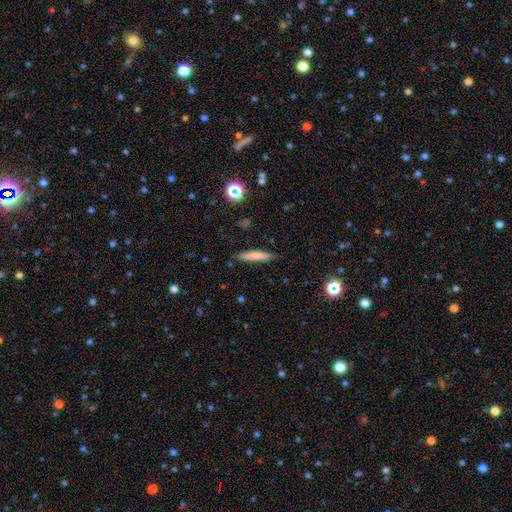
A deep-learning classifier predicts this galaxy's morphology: smooth-or-featured: smooth: 74% | featured or disk: 17% | star or artifact: 9%
  how-rounded: cigar-shaped: 88% | in between: 10% | round: 2%
  merging: none: 82% | minor disturbance: 13% | major disturbance: 3% | merger: 2%